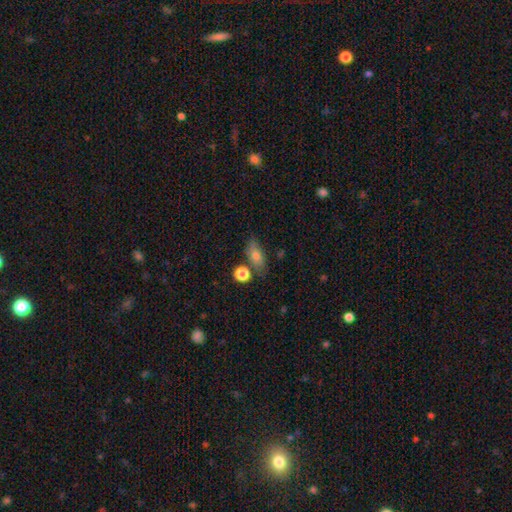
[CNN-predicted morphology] A smooth galaxy with no disk features (74%) that is in between round and cigar-shaped (79%). Merging: none (70%).